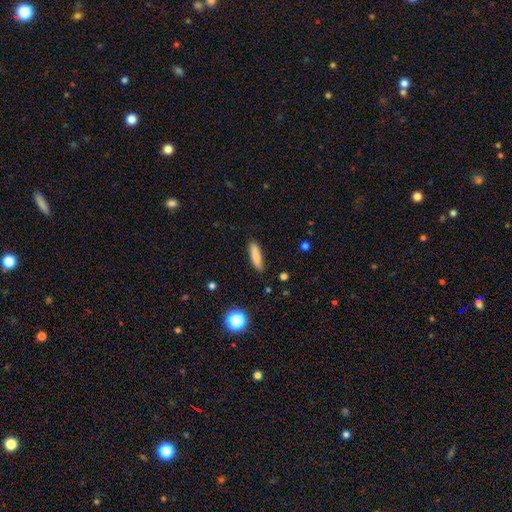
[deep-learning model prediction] This appears to be a smooth galaxy with no disk features (83%) that is cigar-shaped (68%). Merging: none (86%).